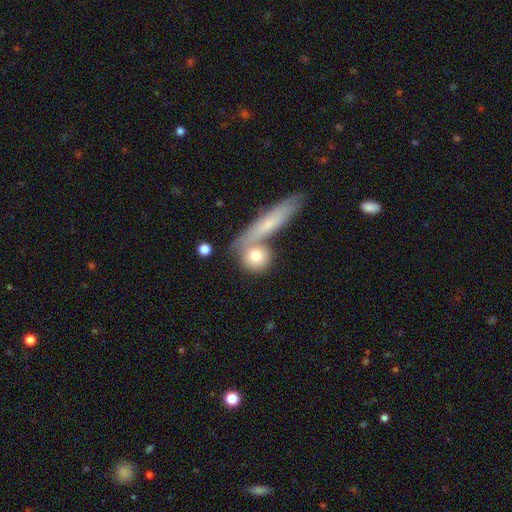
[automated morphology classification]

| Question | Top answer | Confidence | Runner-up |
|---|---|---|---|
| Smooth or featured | smooth | 76% | featured or disk (17%) |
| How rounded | round | 73% | in between (16%) |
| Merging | none | 53% | merger (30%) |